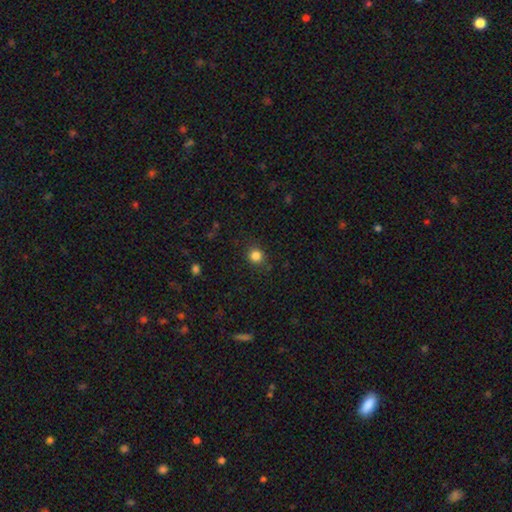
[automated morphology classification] A smooth galaxy with no disk features (84%) that is round (88%). Merging: none (86%).